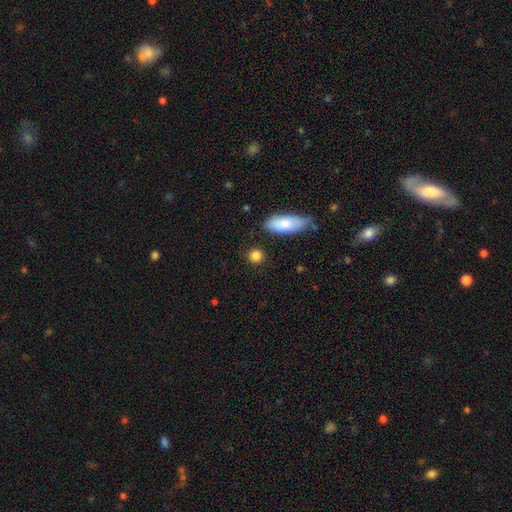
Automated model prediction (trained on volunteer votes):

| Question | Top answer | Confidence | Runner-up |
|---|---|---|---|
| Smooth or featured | smooth | 85% | star or artifact (9%) |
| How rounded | round | 81% | in between (15%) |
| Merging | none | 86% | minor disturbance (8%) |